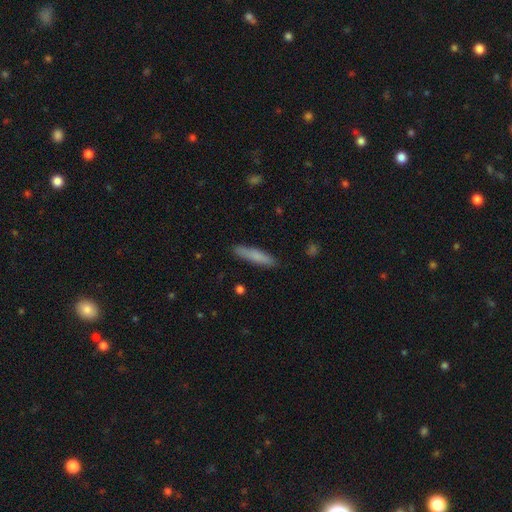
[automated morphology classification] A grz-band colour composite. It shows a smooth galaxy with no disk features (78%) that is cigar-shaped (88%). Merging: none (87%).